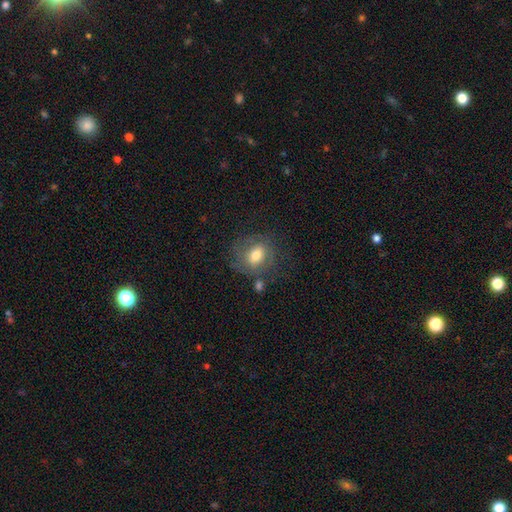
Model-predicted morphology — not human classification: Smooth or featured?
  - smooth: 66% *
  - featured or disk: 25%
  - star or artifact: 10%
How rounded?
  - round: 56% *
  - in between: 43%
  - cigar-shaped: 1%
Merging?
  - none: 63% *
  - minor disturbance: 20%
  - major disturbance: 11%
  - merger: 6%